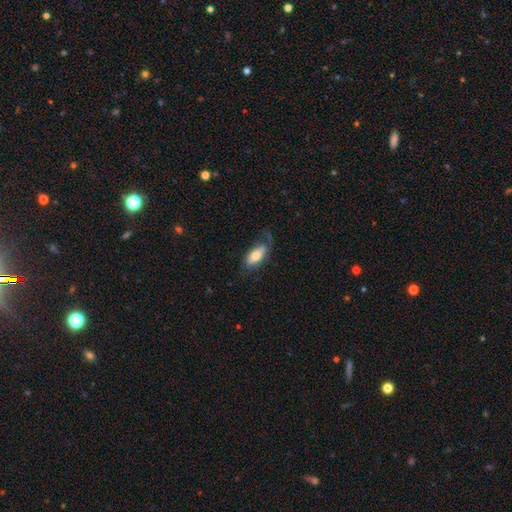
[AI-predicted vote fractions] A smooth galaxy with no disk features (61%) that is in between round and cigar-shaped (84%). Merging: none (50%).